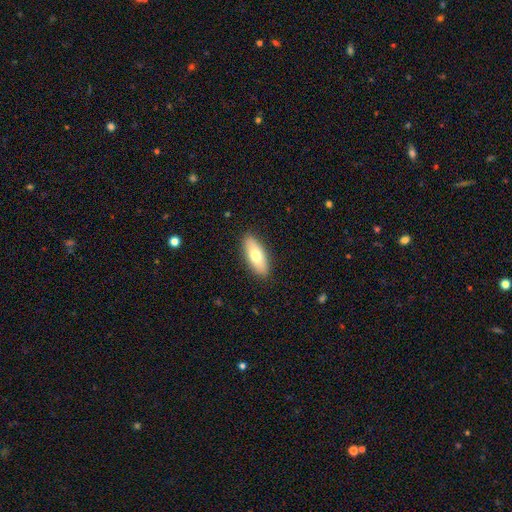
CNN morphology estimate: Q: Smooth or featured?
A: smooth (71%); runner-up: featured or disk (23%)
Q: How rounded?
A: in between (78%); runner-up: cigar-shaped (20%)
Q: Merging?
A: none (89%); runner-up: minor disturbance (8%)